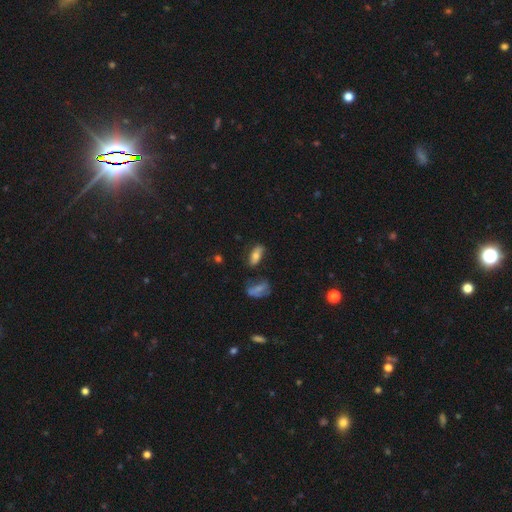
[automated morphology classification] Smooth or featured: smooth — 65% (featured or disk — 25%)
How rounded: in between — 81% (cigar-shaped — 14%)
Merging: none — 67% (minor disturbance — 20%)